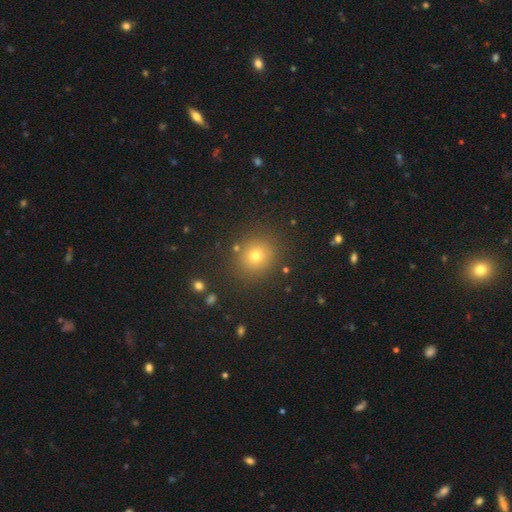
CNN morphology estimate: Smooth or featured? Predicted: smooth (p=0.71). How rounded? Predicted: round (p=0.86). Merging? Predicted: none (p=0.88).